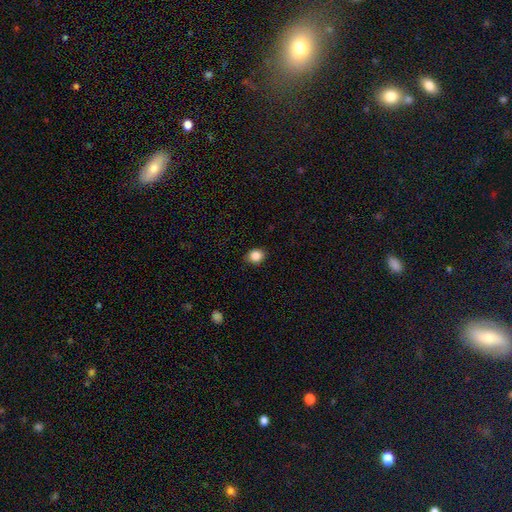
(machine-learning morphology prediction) A smooth galaxy with no disk features (86%) that is round (57%). Merging: none (87%).